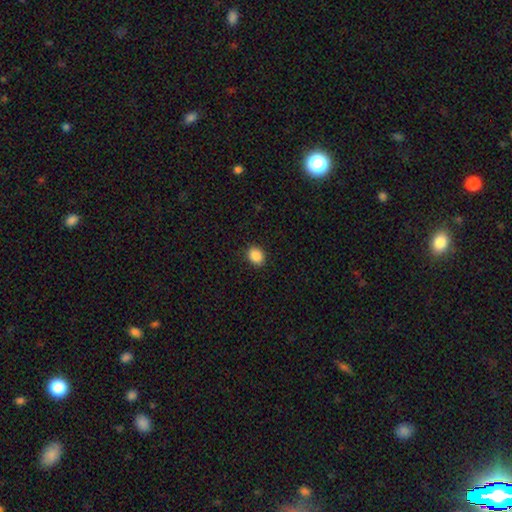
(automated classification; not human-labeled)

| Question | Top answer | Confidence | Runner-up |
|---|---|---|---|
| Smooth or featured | smooth | 88% | star or artifact (9%) |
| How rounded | round | 53% | in between (46%) |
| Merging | none | 90% | minor disturbance (7%) |